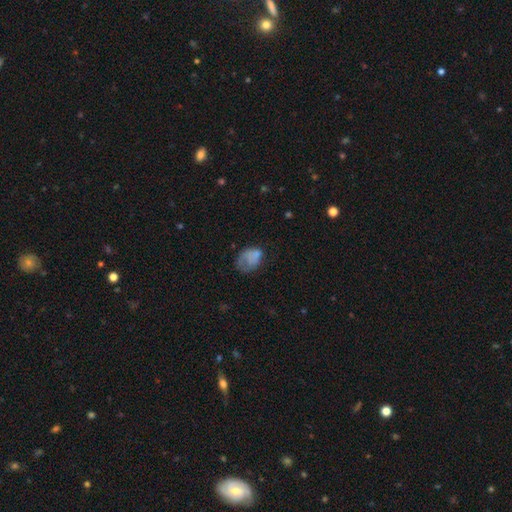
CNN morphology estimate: type=smooth (62%); roundness=in between (74%); merging=none (41%).